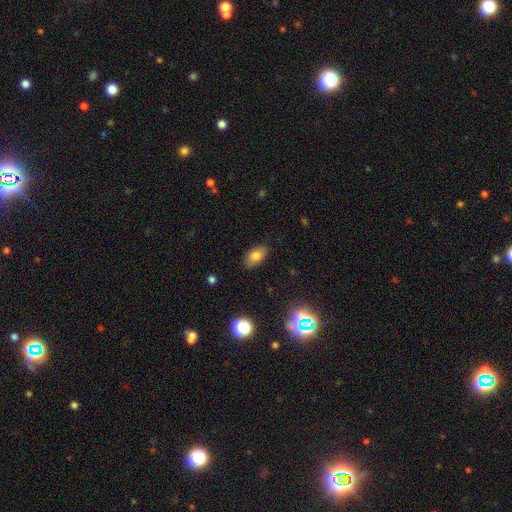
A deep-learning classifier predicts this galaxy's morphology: Smooth or featured? Predicted: smooth (p=0.80). How rounded? Predicted: in between (p=0.91). Merging? Predicted: none (p=0.86).